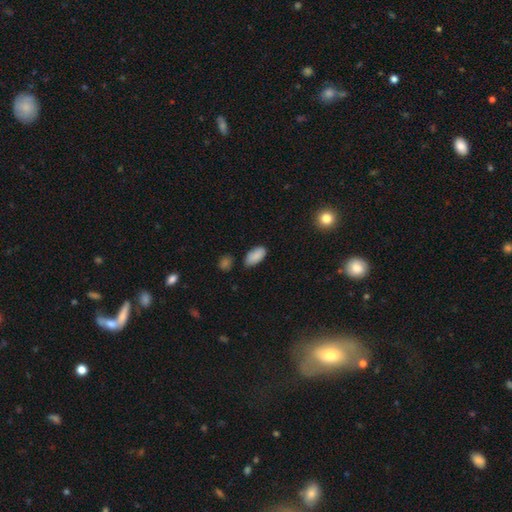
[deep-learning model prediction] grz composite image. It shows a smooth galaxy with no disk features (88%) that is in between round and cigar-shaped (93%). Merging: none (75%).